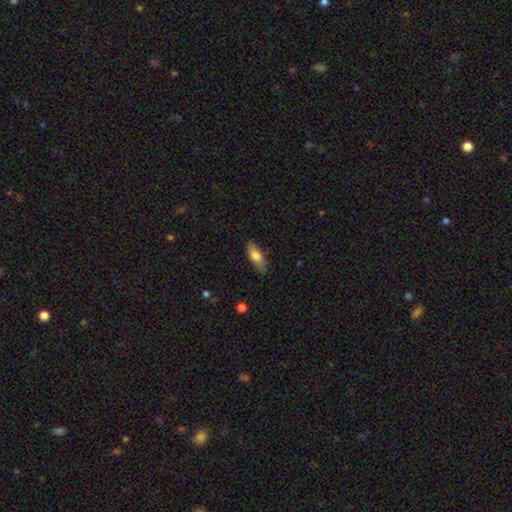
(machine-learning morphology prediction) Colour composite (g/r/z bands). It shows a smooth galaxy with no disk features (74%) that is in between round and cigar-shaped (71%). Merging: none (80%).